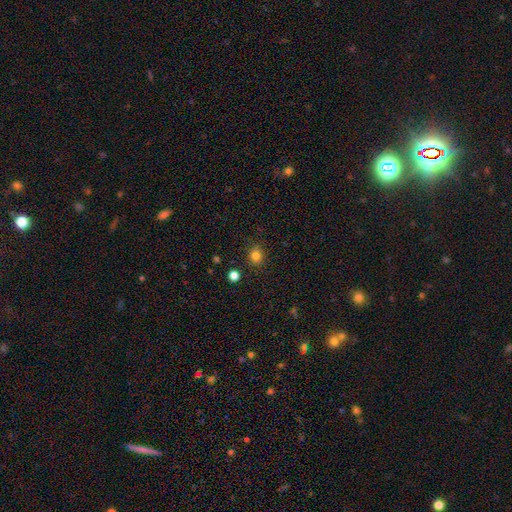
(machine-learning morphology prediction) smooth-or-featured: smooth: 81% | star or artifact: 14% | featured or disk: 5%
  how-rounded: round: 75% | in between: 24% | cigar-shaped: 1%
  merging: none: 87% | minor disturbance: 9% | major disturbance: 2% | merger: 2%